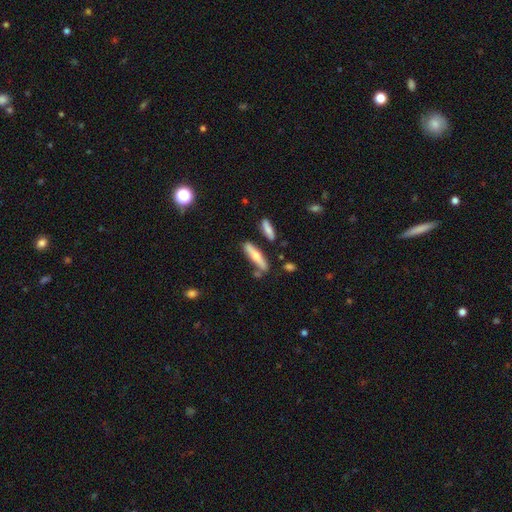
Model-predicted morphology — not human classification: smooth_or_featured: smooth (p=0.54) [alt: featured or disk p=0.40]
how_rounded: cigar-shaped (p=0.79) [alt: in between p=0.19]
merging: none (p=0.76) [alt: minor disturbance p=0.13]